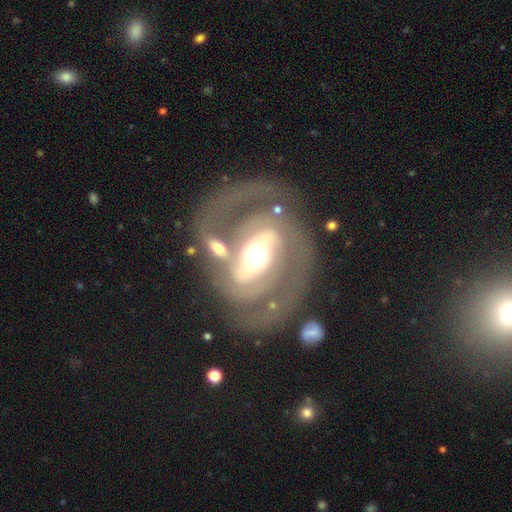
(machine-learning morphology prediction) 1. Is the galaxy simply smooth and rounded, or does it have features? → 88% featured or disk, 8% smooth, 5% star or artifact.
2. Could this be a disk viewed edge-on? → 97% no, 3% yes.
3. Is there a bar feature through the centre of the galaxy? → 51% strong, 29% weak, 20% no.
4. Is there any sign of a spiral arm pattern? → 92% yes, 8% no.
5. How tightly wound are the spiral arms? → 44% tight (tied), 44% medium (tied), 12% loose.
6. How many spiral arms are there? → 86% 2, 5% can't tell, 3% 3, 2% 1, 1% 4, 1% more than 4.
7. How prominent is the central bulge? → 61% moderate, 22% large, 13% small, 3% dominant, 1% none.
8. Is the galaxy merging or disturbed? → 66% none, 14% minor disturbance, 11% major disturbance, 9% merger.